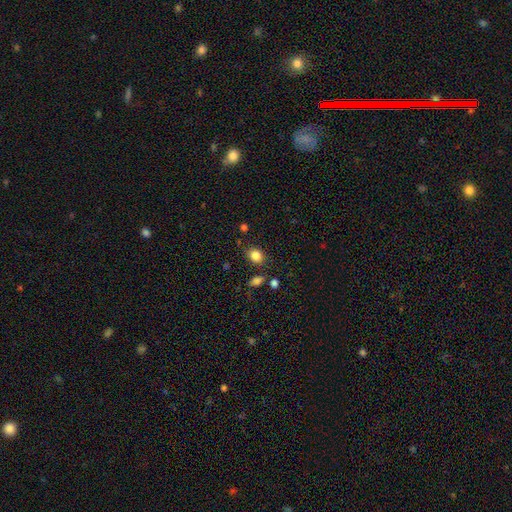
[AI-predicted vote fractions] Smooth or featured? smooth (84%)
How rounded? in between (51%)
Merging? none (78%)